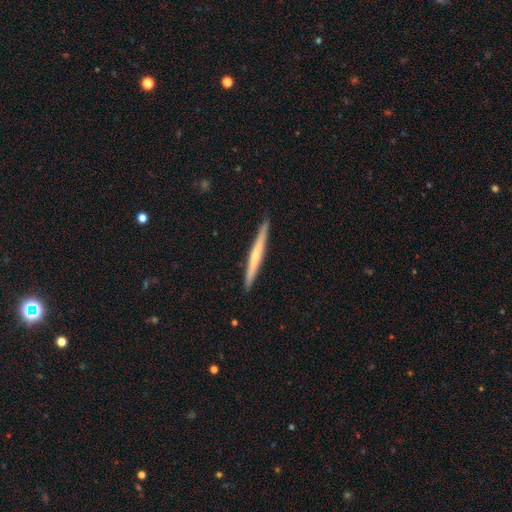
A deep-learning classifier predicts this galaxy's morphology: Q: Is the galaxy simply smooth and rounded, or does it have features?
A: featured or disk — 53%.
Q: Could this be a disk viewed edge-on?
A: yes — 97%.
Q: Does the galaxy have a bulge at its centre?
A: none — 57%.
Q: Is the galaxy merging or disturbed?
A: none — 92%.